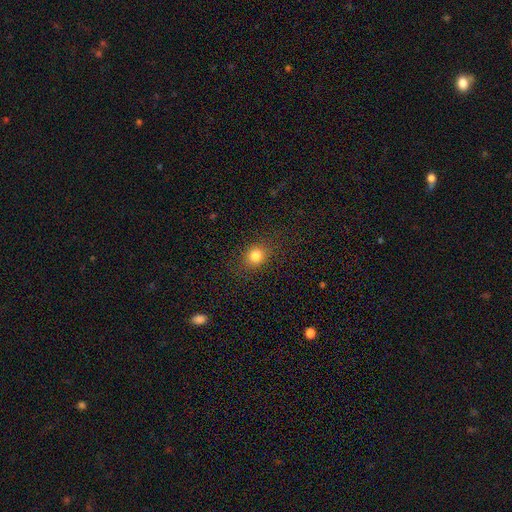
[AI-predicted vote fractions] Smooth or featured? smooth (82%)
How rounded? round (66%)
Merging? none (85%)